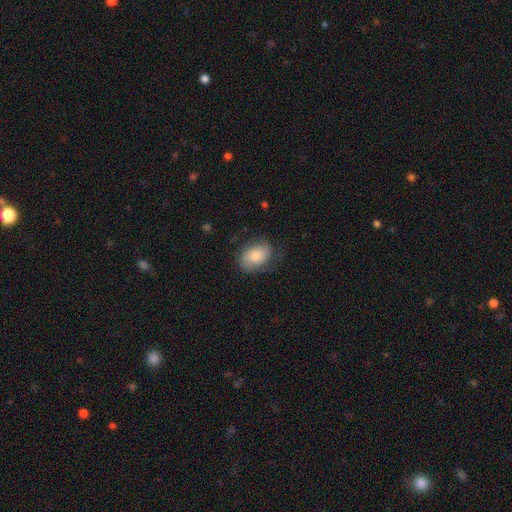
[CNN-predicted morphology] smooth-or-featured: smooth: 64% | featured or disk: 28% | star or artifact: 8%
  how-rounded: in between: 76% | round: 23% | cigar-shaped: 1%
  merging: none: 65% | minor disturbance: 23% | major disturbance: 11% | merger: 1%